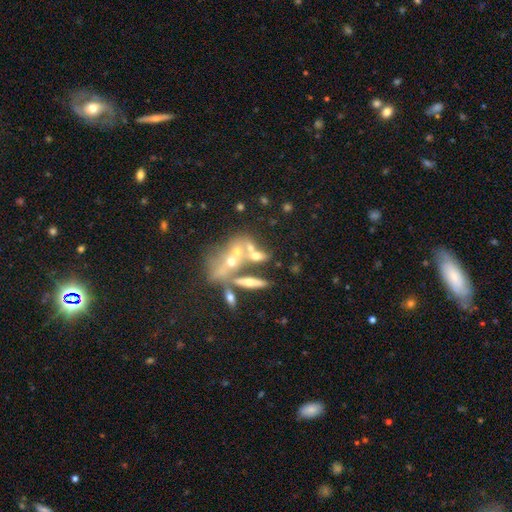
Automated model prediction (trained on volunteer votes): A featured or disk galaxy (43%). Merging: merger (54%).